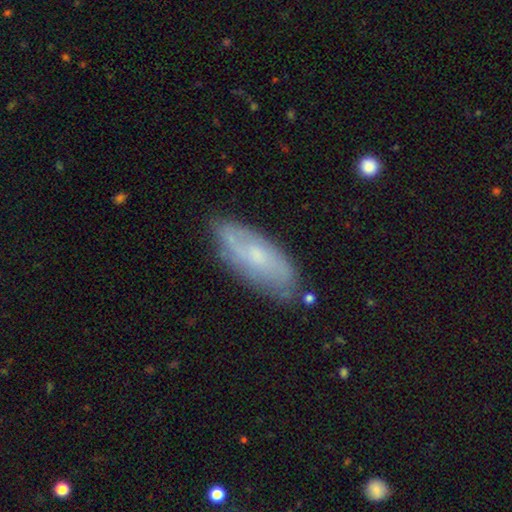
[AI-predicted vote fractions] Smooth or featured: featured or disk — 49% (smooth — 44%)
Merging: none — 71% (minor disturbance — 21%)